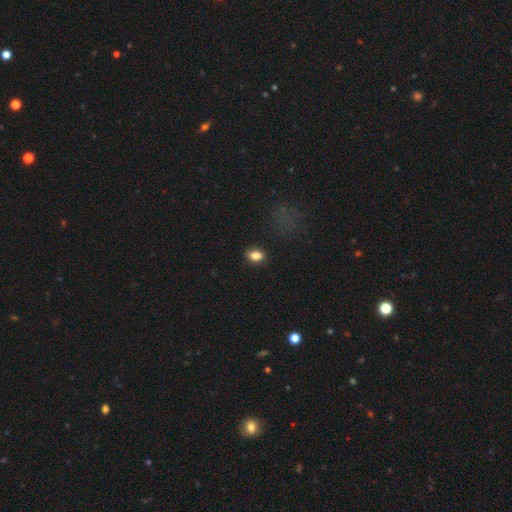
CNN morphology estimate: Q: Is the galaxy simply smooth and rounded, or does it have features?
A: smooth — 83%.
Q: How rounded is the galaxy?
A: in between — 74%.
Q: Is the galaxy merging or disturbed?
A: none — 83%.